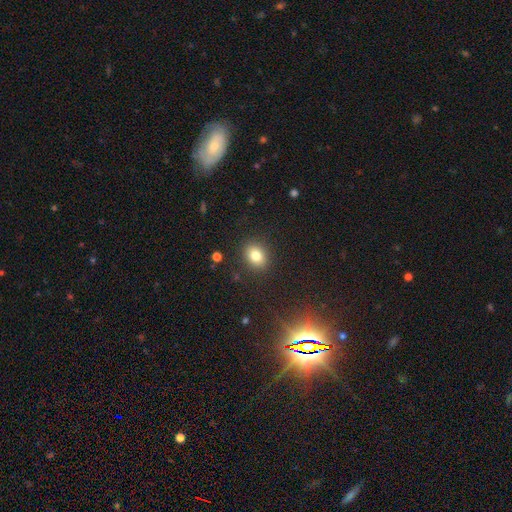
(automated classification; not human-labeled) Overall: smooth (81%). How rounded: round (52%; in between 47%). Merging: none (88%).